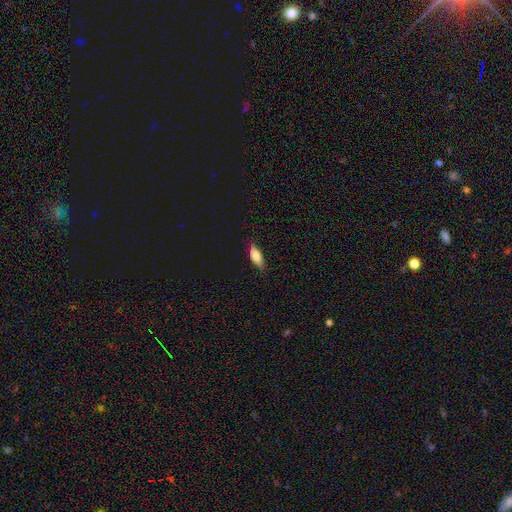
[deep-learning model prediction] This appears to be a smooth galaxy with no disk features (76%) that is in between round and cigar-shaped (72%). Merging: none (79%).